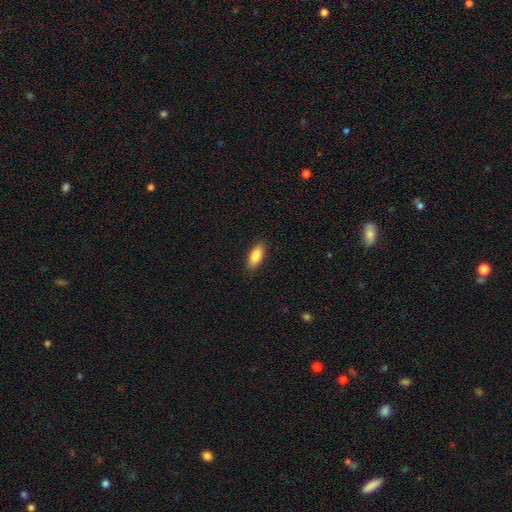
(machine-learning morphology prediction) smooth-or-featured: smooth: 87% | featured or disk: 6% | star or artifact: 6%
  how-rounded: in between: 81% | cigar-shaped: 16% | round: 2%
  merging: none: 88% | minor disturbance: 9% | major disturbance: 2% | merger: 1%